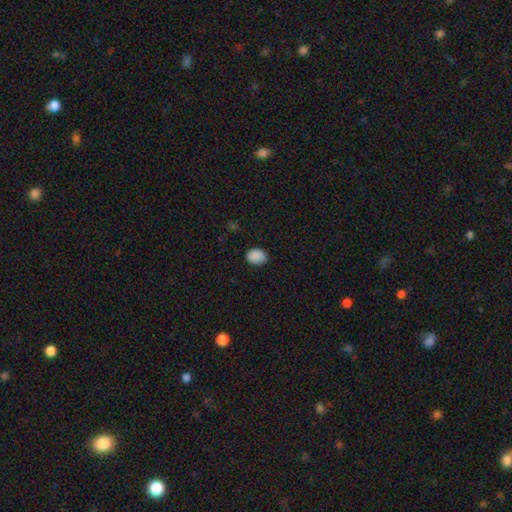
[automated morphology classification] A smooth galaxy with no disk features (89%) that is in between round and cigar-shaped (66%). Merging: none (81%).